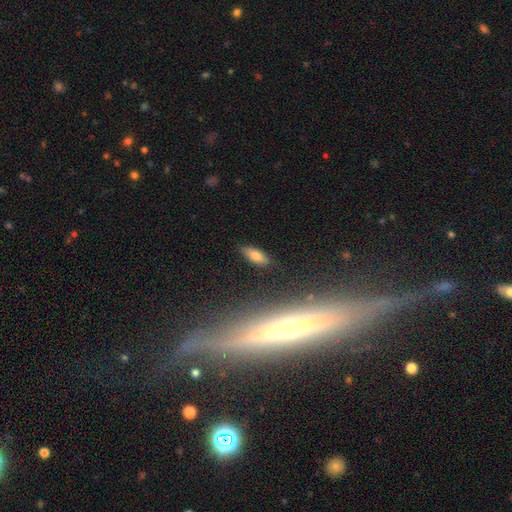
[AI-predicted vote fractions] A smooth galaxy with no disk features (79%) that is in between round and cigar-shaped (81%).

Vote fractions:
- Smooth or featured? smooth: 79% / featured or disk: 12% / star or artifact: 9%
- How rounded? in between: 81% / cigar-shaped: 17% / round: 3%
- Merging? none: 83% / minor disturbance: 12% / major disturbance: 3% / merger: 2%